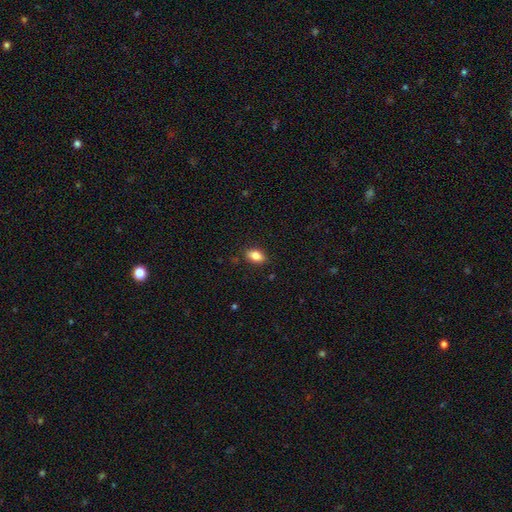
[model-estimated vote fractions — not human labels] Smooth or featured: smooth — 84% (star or artifact — 8%)
How rounded: in between — 88% (round — 9%)
Merging: none — 87% (minor disturbance — 10%)